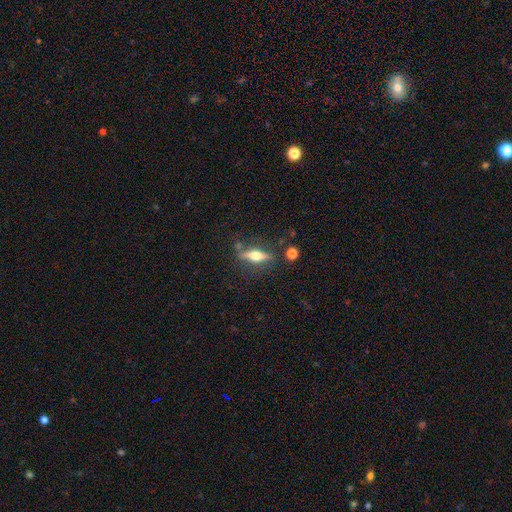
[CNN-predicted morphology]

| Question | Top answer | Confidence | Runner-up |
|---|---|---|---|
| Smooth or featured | featured or disk | 58% | smooth (35%) |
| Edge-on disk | yes | 92% | no (8%) |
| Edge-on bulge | rounded | 94% | boxy (4%) |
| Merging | none | 78% | minor disturbance (13%) |